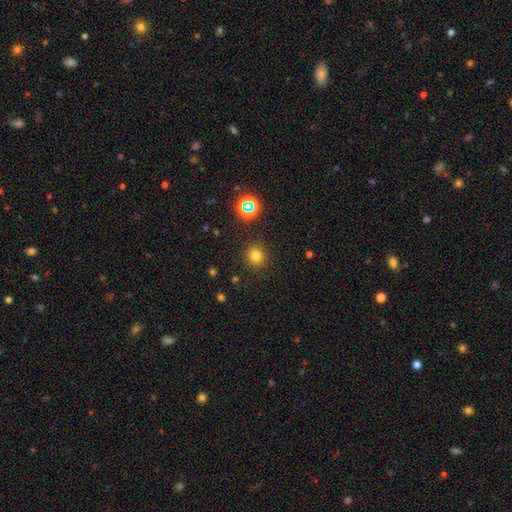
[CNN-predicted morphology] Smooth or featured? smooth (75%)
How rounded? round (89%)
Merging? none (89%)